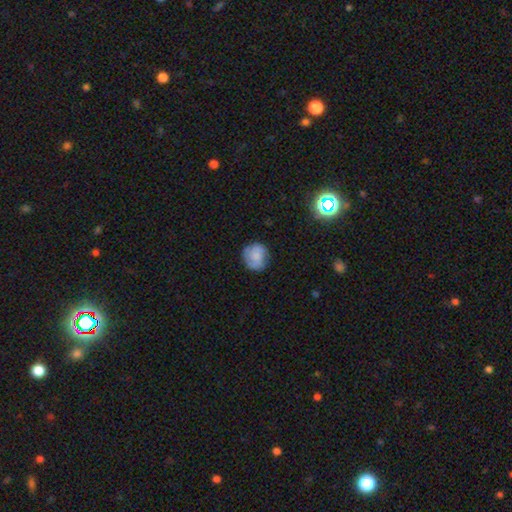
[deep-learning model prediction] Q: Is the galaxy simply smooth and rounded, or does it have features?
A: smooth — 60%.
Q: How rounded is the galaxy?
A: round — 83%.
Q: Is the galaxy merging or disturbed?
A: none — 75%.